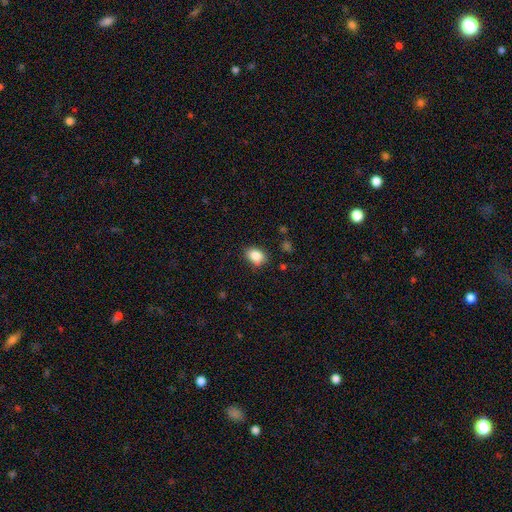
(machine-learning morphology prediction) Smooth or featured? Predicted: smooth (p=0.87). How rounded? Predicted: in between (p=0.71). Merging? Predicted: none (p=0.84).